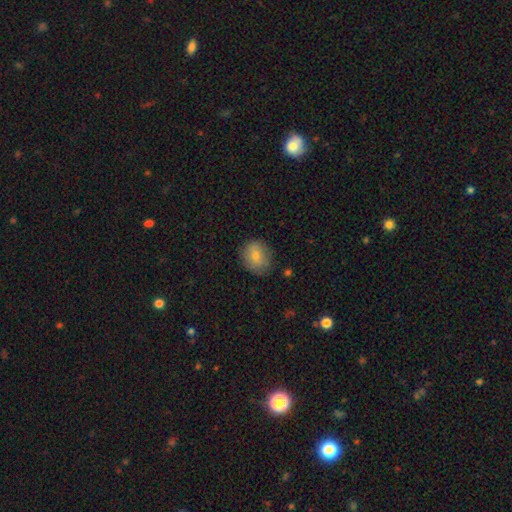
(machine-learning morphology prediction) smooth-or-featured: smooth: 78% | featured or disk: 13% | star or artifact: 8%
  how-rounded: round: 65% | in between: 34% | cigar-shaped: 1%
  merging: none: 80% | minor disturbance: 15% | major disturbance: 4% | merger: 1%